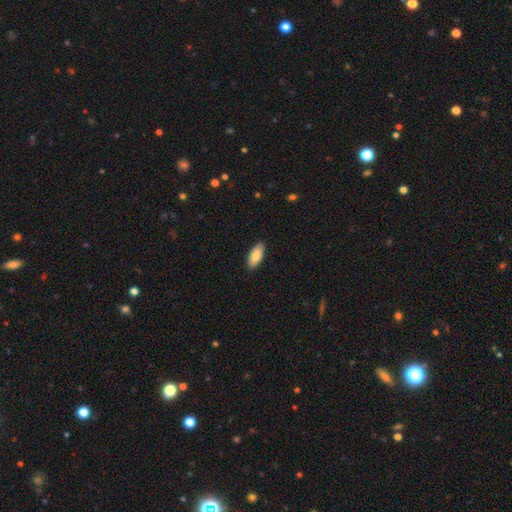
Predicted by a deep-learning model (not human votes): This appears to be a smooth galaxy with no disk features (82%) that is in between round and cigar-shaped (84%). Merging: none (89%).